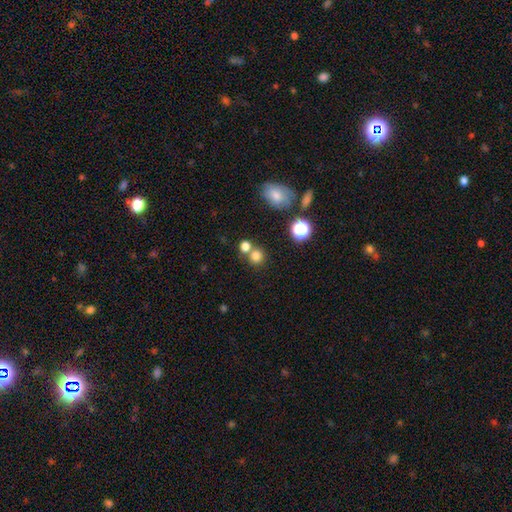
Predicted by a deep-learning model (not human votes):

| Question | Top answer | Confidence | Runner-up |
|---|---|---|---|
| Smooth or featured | smooth | 76% | star or artifact (17%) |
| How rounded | round | 88% | in between (11%) |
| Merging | none | 62% | merger (28%) |